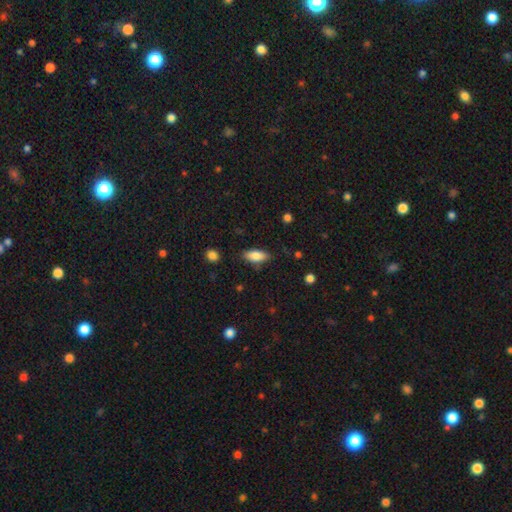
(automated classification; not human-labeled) Overall: smooth (80%). How rounded: in between (80%). Merging: none (81%).